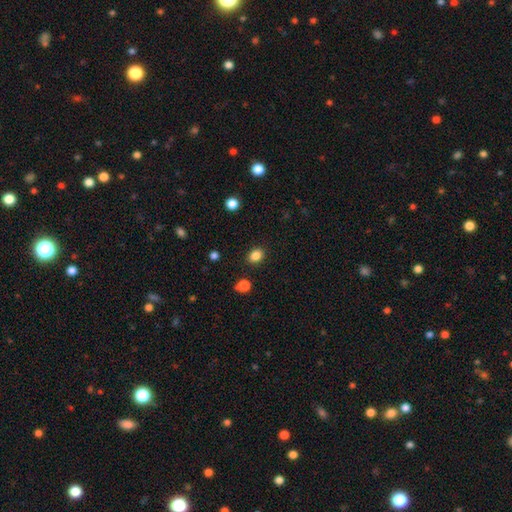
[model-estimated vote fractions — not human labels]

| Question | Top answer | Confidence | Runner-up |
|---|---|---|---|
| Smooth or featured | smooth | 85% | star or artifact (11%) |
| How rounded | round | 52% | in between (47%) |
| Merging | none | 88% | minor disturbance (8%) |